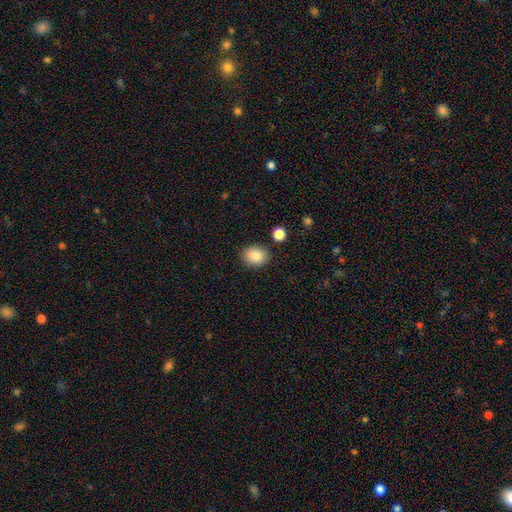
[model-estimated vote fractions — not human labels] Smooth or featured? smooth (85%)
How rounded? in between (52%)
Merging? none (84%)